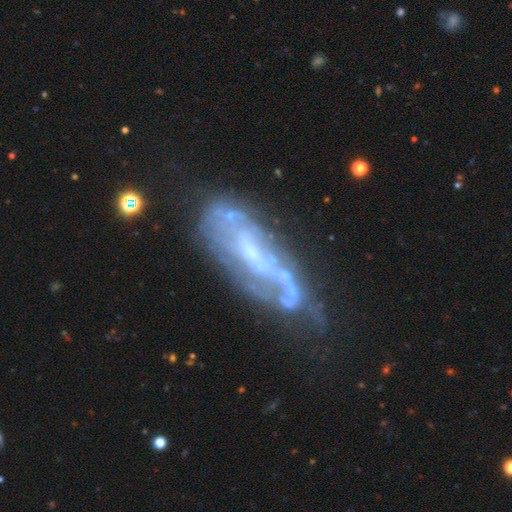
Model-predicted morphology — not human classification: A featured or disk galaxy (78%) with no bar (47%), spiral arms (70%) and a small central bulge (50%). Merging: none (48%).